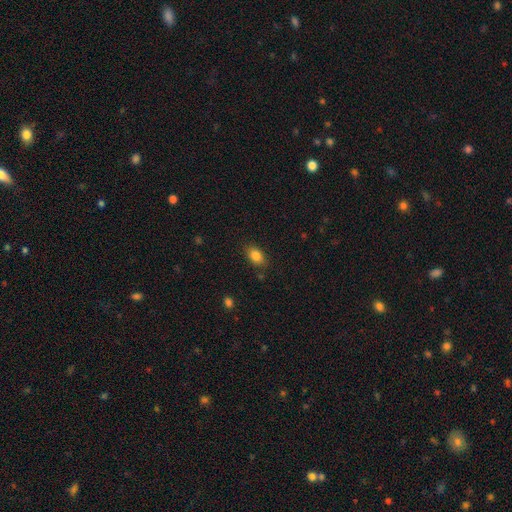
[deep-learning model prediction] Smooth or featured: smooth — 85% (star or artifact — 9%)
How rounded: in between — 84% (round — 14%)
Merging: none — 83% (minor disturbance — 12%)